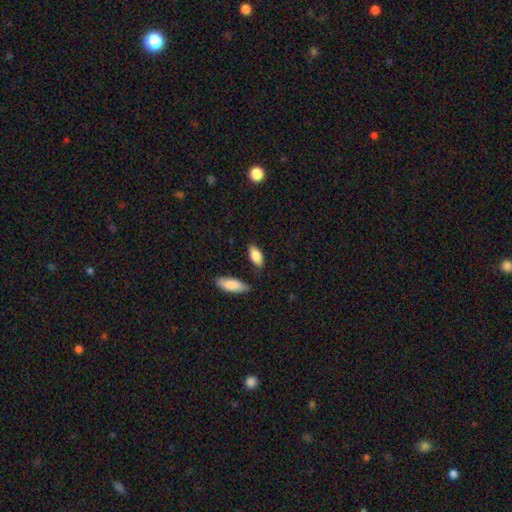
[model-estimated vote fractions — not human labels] Smooth or featured: smooth — 83% (featured or disk — 10%)
How rounded: in between — 86% (cigar-shaped — 11%)
Merging: none — 77% (minor disturbance — 15%)